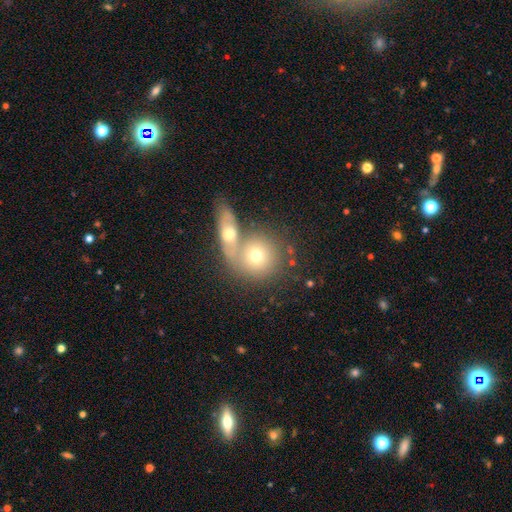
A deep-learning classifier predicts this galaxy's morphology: A smooth galaxy with no disk features (64%) that is round (80%). Merging: merger (51%).